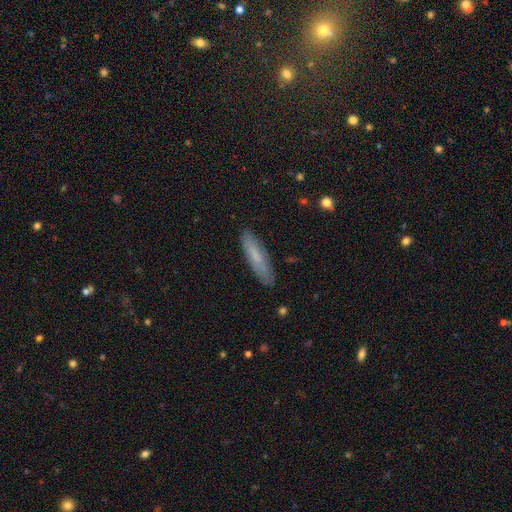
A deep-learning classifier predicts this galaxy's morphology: A smooth galaxy with no disk features (70%) that is cigar-shaped (76%).

Vote fractions:
- Smooth or featured? smooth: 70% / featured or disk: 23% / star or artifact: 7%
- How rounded? cigar-shaped: 76% / in between: 23% / round: 1%
- Merging? none: 85% / minor disturbance: 11% / major disturbance: 2% / merger: 1%